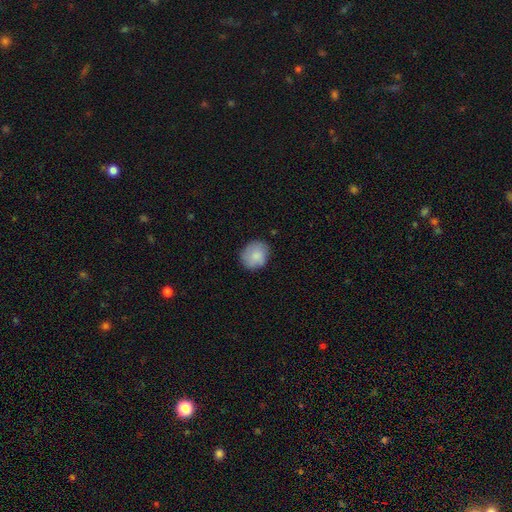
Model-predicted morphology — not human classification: Smooth or featured? Predicted: smooth (p=0.83). How rounded? Predicted: round (p=0.73). Merging? Predicted: none (p=0.78).